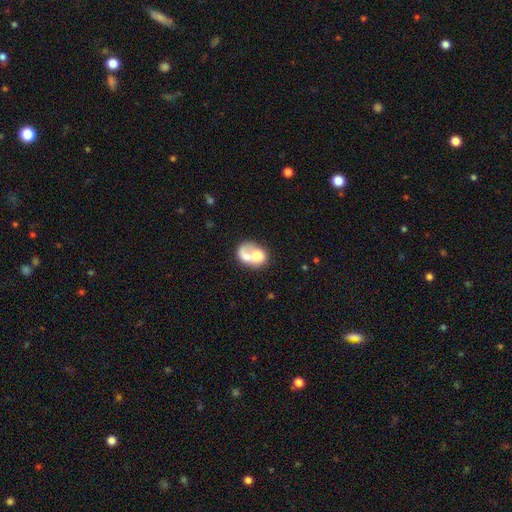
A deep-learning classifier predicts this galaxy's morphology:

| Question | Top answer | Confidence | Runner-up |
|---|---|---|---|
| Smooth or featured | smooth | 59% | featured or disk (33%) |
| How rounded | in between | 60% | round (39%) |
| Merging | merger | 70% | none (15%) |